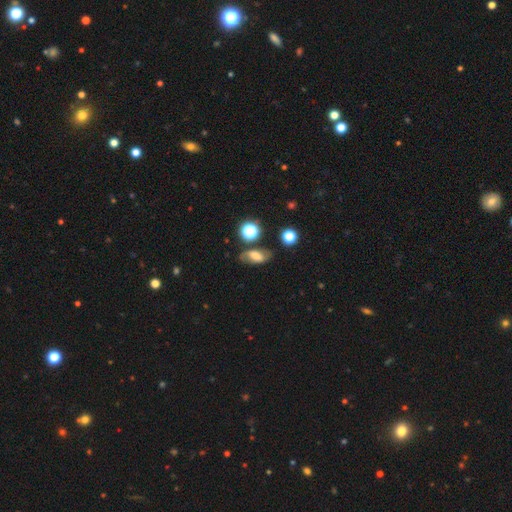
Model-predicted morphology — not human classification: Overall: smooth (44%; featured or disk 41%). Merging: none (65%).